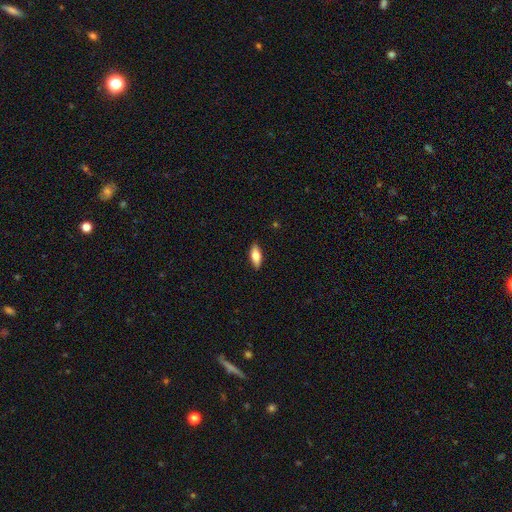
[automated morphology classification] The model was most divided on "smooth or featured": smooth: 75%, featured or disk: 19%, star or artifact: 6%. More confident: merging — none (89%); how rounded — in between (78%).